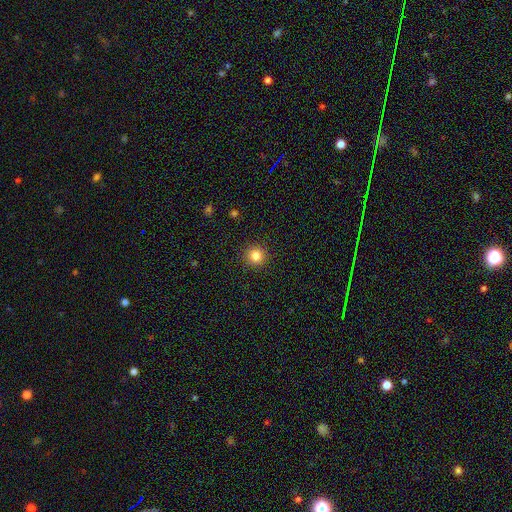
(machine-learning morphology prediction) A smooth galaxy with no disk features (83%) that is round (95%). Merging: none (92%).